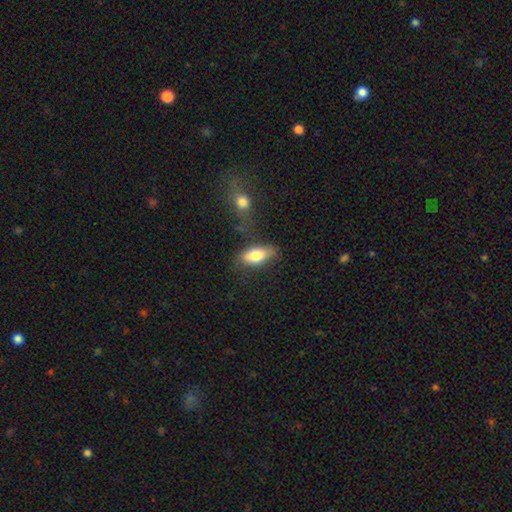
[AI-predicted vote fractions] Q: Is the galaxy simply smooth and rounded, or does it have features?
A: smooth — 79%.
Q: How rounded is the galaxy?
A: in between — 85%.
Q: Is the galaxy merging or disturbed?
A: none — 68%.